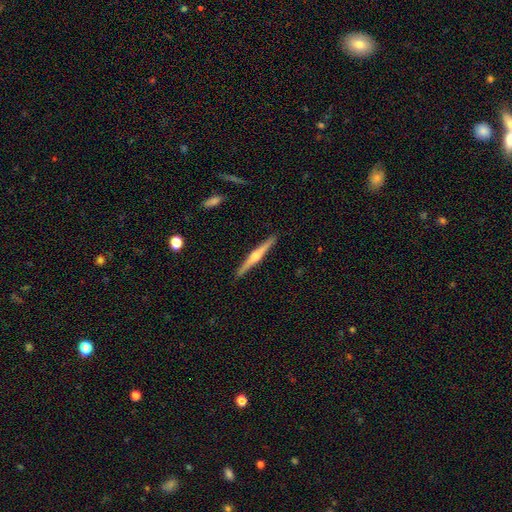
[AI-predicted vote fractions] Smooth or featured? featured or disk (77%)
Edge-on disk? yes (98%)
Edge-on bulge? rounded (90%)
Merging? none (92%)